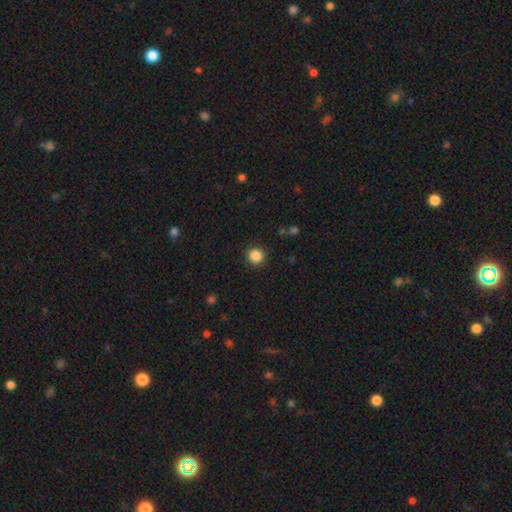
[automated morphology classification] Smooth or featured: smooth — 86% (star or artifact — 11%)
How rounded: round — 94% (in between — 5%)
Merging: none — 91% (minor disturbance — 5%)